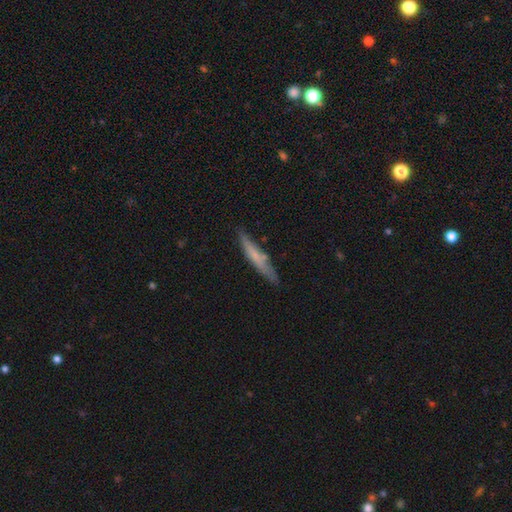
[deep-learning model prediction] Smooth or featured? smooth (57%)
How rounded? cigar-shaped (92%)
Merging? none (78%)